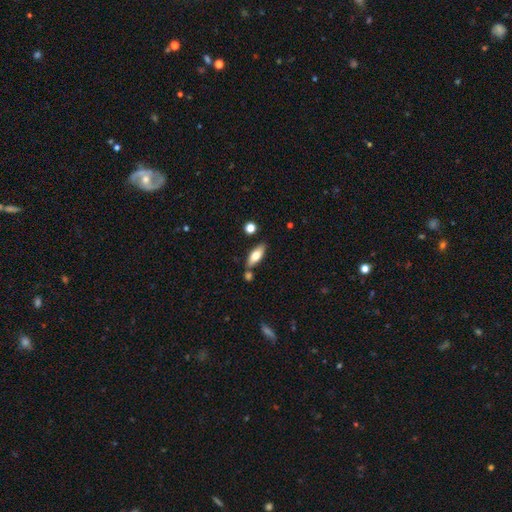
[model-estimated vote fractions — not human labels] smooth-or-featured: smooth: 69% | featured or disk: 25% | star or artifact: 6%
  how-rounded: in between: 70% | cigar-shaped: 27% | round: 3%
  merging: none: 75% | minor disturbance: 12% | merger: 10% | major disturbance: 3%